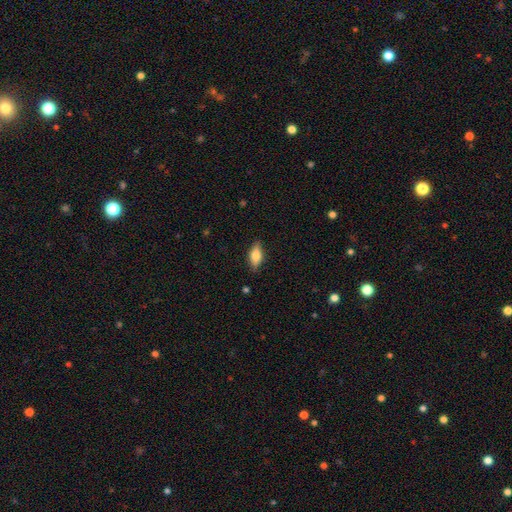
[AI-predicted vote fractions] A smooth galaxy with no disk features (68%) that is in between round and cigar-shaped (78%).

Vote fractions:
- Smooth or featured? smooth: 68% / featured or disk: 25% / star or artifact: 7%
- How rounded? in between: 78% / cigar-shaped: 19% / round: 4%
- Merging? none: 83% / minor disturbance: 13% / major disturbance: 3% / merger: 1%